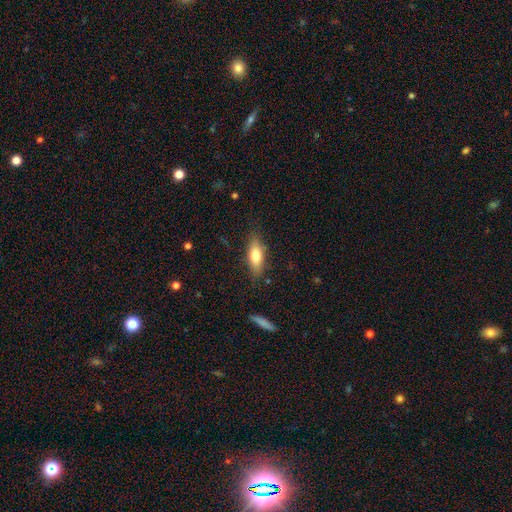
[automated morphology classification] A smooth galaxy with no disk features (70%) that is in between round and cigar-shaped (62%).

Vote fractions:
- Smooth or featured? smooth: 70% / featured or disk: 24% / star or artifact: 7%
- How rounded? in between: 62% / cigar-shaped: 35% / round: 3%
- Merging? none: 81% / minor disturbance: 14% / major disturbance: 3% / merger: 2%